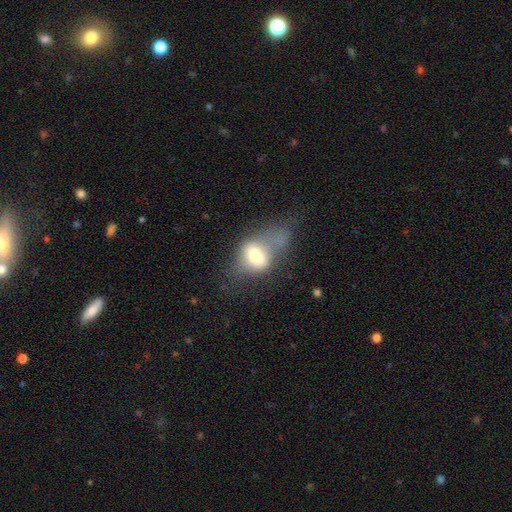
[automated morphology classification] smooth 61%, featured or disk 29%, star or artifact 10%. Down the decision tree: how rounded — in between (69%); merging — major disturbance (44%).